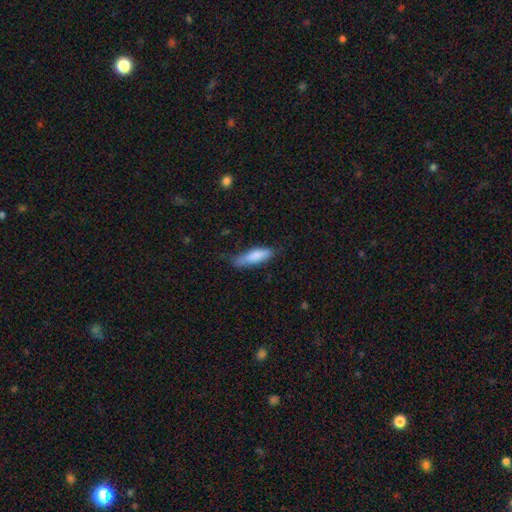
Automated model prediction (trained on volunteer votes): smooth_or_featured: smooth (p=0.82) [alt: featured or disk p=0.12]
how_rounded: cigar-shaped (p=0.56) [alt: in between p=0.42]
merging: none (p=0.63) [alt: minor disturbance p=0.28]